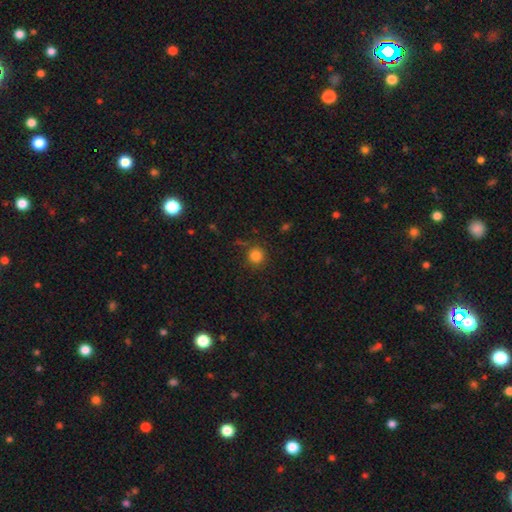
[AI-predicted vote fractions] smooth 82%, star or artifact 13%, featured or disk 5%. Down the decision tree: how rounded — round (93%); merging — none (86%).